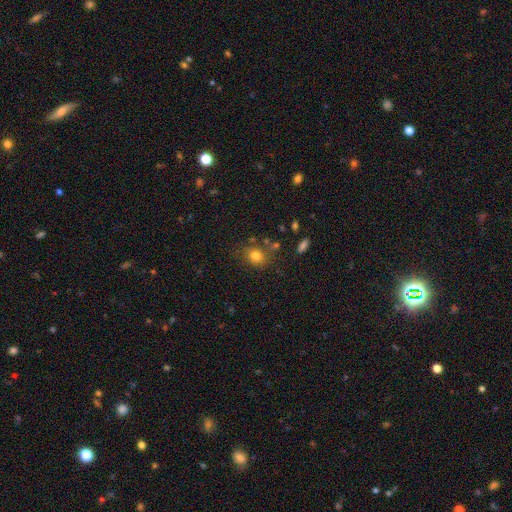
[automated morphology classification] smooth_or_featured: smooth (p=0.79) [alt: star or artifact p=0.12]
how_rounded: round (p=0.63) [alt: in between p=0.36]
merging: none (p=0.72) [alt: minor disturbance p=0.16]